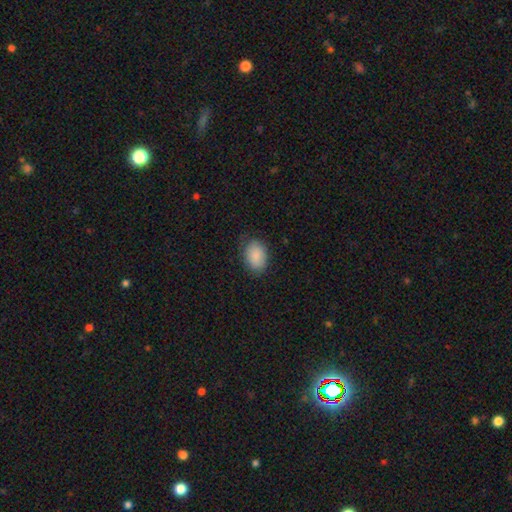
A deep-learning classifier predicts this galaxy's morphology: A smooth galaxy with no disk features (88%) that is in between round and cigar-shaped (80%). Merging: none (78%).